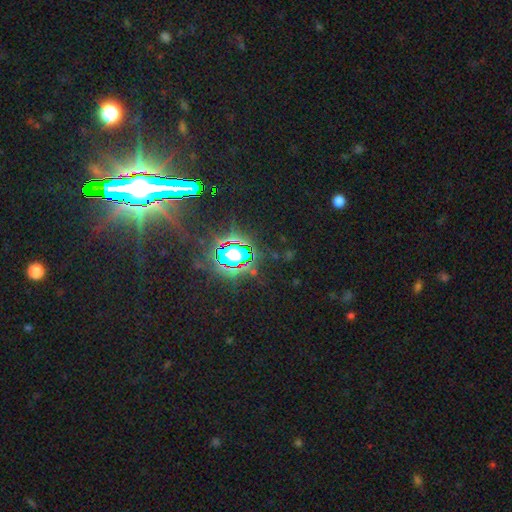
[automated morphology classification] type=star or artifact (84%).